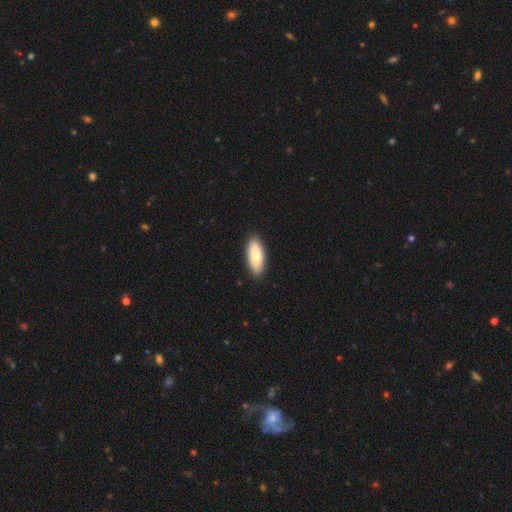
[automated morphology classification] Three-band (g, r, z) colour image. It shows a smooth galaxy with no disk features (82%) that is in between round and cigar-shaped (84%). Merging: none (90%).